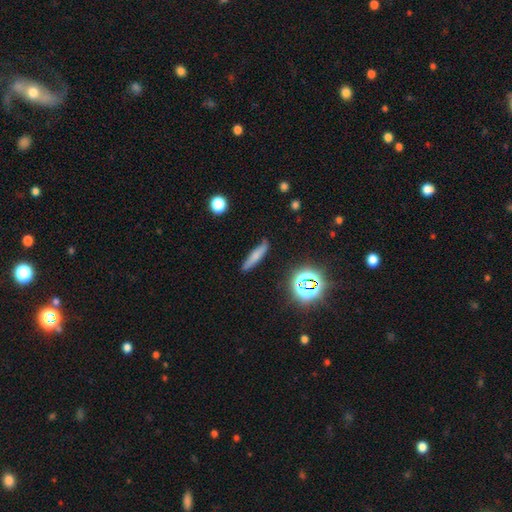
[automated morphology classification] A smooth galaxy with no disk features (67%) that is cigar-shaped (84%).

Vote fractions:
- Smooth or featured? smooth: 67% / featured or disk: 20% / star or artifact: 13%
- How rounded? cigar-shaped: 84% / in between: 12% / round: 3%
- Merging? none: 84% / minor disturbance: 11% / major disturbance: 3% / merger: 2%